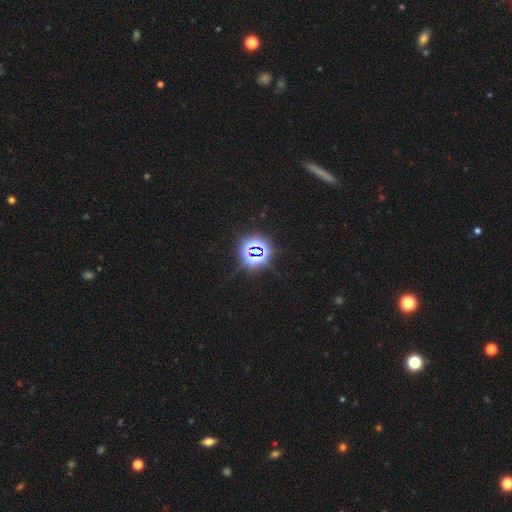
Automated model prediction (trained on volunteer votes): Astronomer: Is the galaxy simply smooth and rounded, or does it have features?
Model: star or artifact — 78%.